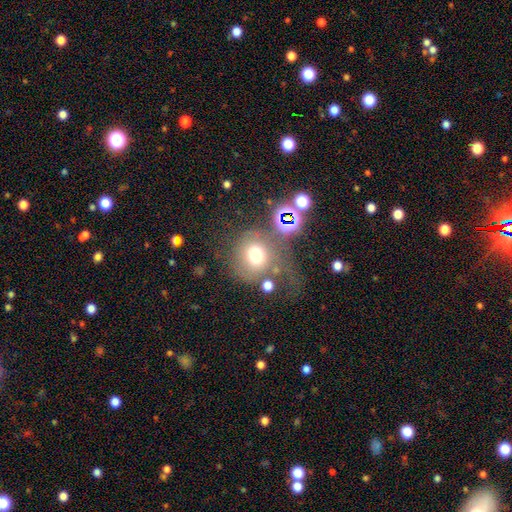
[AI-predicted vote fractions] The model was most divided on "merging": none: 46%, major disturbance: 22%, minor disturbance: 17%, merger: 15%. More confident: how rounded — round (81%); smooth or featured — smooth (64%).